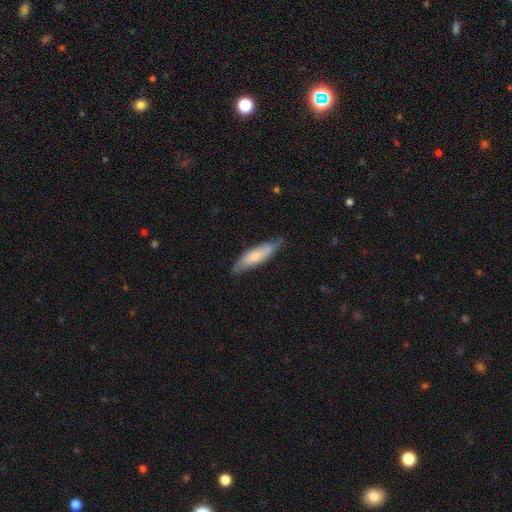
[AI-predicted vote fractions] This appears to be a smooth galaxy with no disk features (61%) that is cigar-shaped (64%). Merging: none (73%).